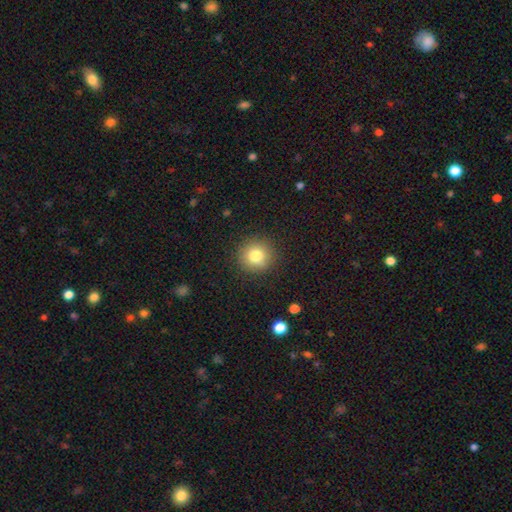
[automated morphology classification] Overall: smooth (80%). How rounded: round (92%). Merging: none (90%).